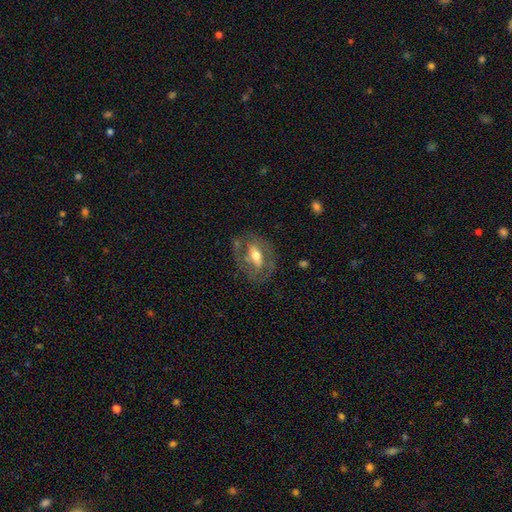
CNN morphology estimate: Smooth or featured?
  - featured or disk: 67% *
  - smooth: 27%
  - star or artifact: 6%
Edge-on disk?
  - no: 89% *
  - yes: 11%
Bar?
  - strong: 39% *
  - weak: 32%
  - no: 29%
Spiral arms?
  - yes: 51% *
  - no: 49%
Bulge size?
  - moderate: 68% *
  - small: 17%
  - large: 12%
  - dominant: 1%
  - none: 1%
Merging?
  - none: 67% *
  - minor disturbance: 18%
  - major disturbance: 12%
  - merger: 3%